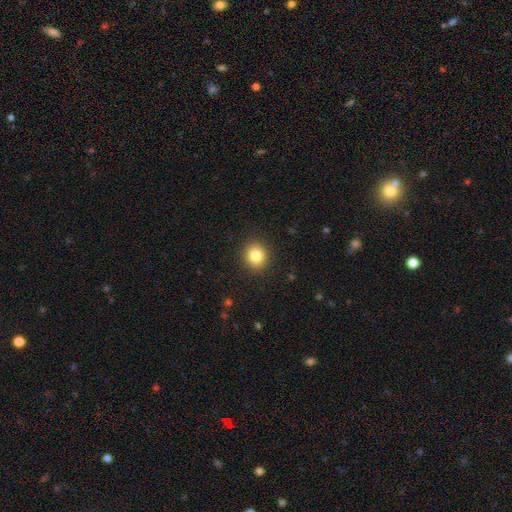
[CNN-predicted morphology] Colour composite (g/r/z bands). It shows a smooth galaxy with no disk features (83%) that is round (77%). Merging: none (90%).